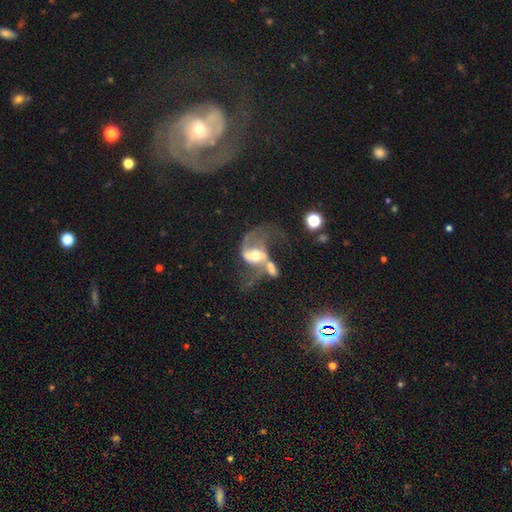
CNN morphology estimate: This appears to be a featured or disk galaxy (80%) with no bar (45%), 2 (83%) loose (67%) spiral arms (89%) and a moderate central bulge (62%). Merging: merger (49%).